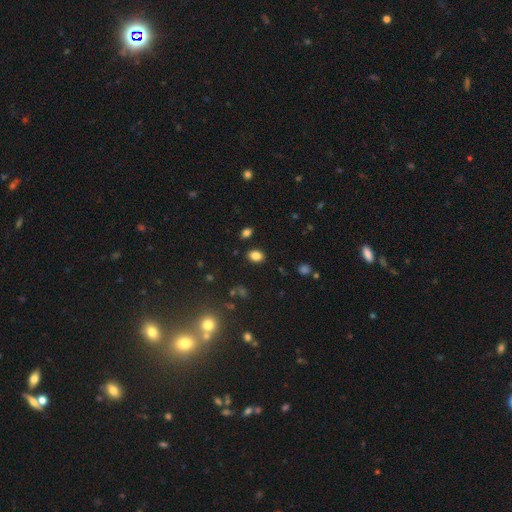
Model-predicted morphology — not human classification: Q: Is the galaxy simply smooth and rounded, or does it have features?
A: smooth — 83%.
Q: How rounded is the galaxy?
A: in between — 75%.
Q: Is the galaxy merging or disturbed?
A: none — 86%.